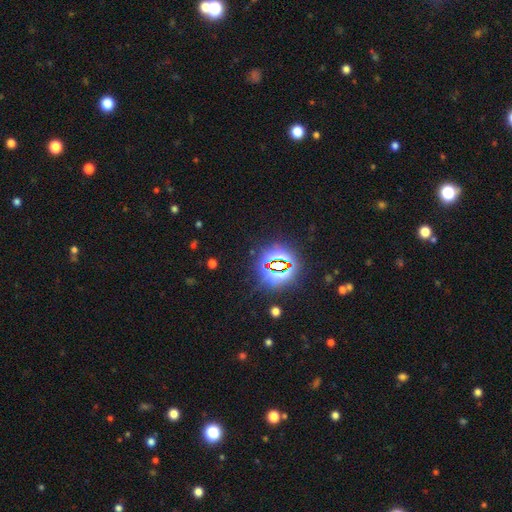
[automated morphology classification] This appears to be a star or artifact, not a galaxy (83%).